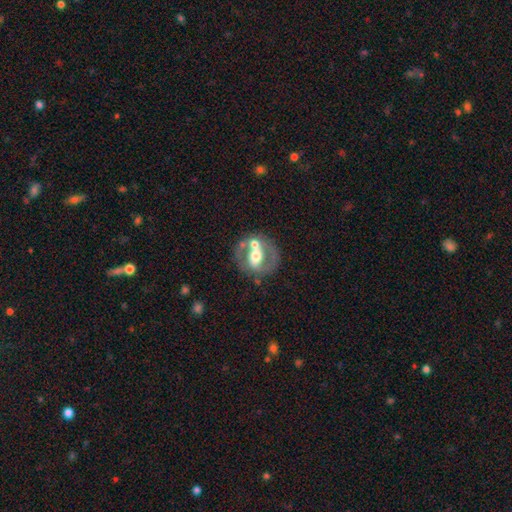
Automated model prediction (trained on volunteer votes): This appears to be a featured or disk galaxy (63%) with no bar (46%), no spiral arms (68%) and a moderate central bulge (63%). Merging: none (52%).